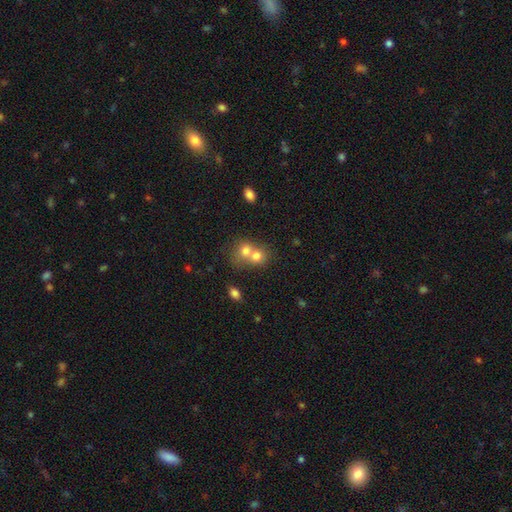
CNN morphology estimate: A smooth galaxy with no disk features (72%) that is round (67%).

Vote fractions:
- Smooth or featured? smooth: 72% / featured or disk: 17% / star or artifact: 11%
- How rounded? round: 67% / in between: 32% / cigar-shaped: 1%
- Merging? merger: 69% / none: 23% / minor disturbance: 5% / major disturbance: 3%